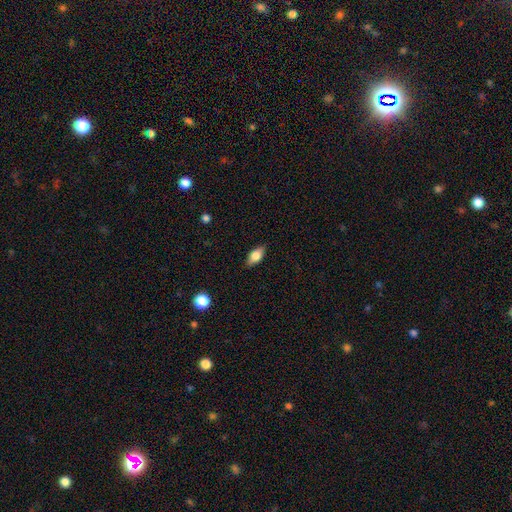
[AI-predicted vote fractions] A smooth galaxy with no disk features (68%) that is in between round and cigar-shaped (83%).

Vote fractions:
- Smooth or featured? smooth: 68% / featured or disk: 24% / star or artifact: 7%
- How rounded? in between: 83% / cigar-shaped: 13% / round: 5%
- Merging? none: 85% / minor disturbance: 11% / major disturbance: 2% / merger: 1%